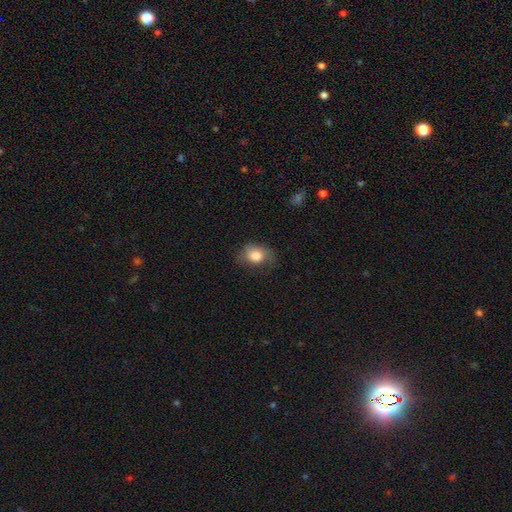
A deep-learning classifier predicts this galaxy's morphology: Smooth or featured?
  - smooth: 80% *
  - featured or disk: 12%
  - star or artifact: 8%
How rounded?
  - in between: 63% *
  - round: 36%
  - cigar-shaped: 1%
Merging?
  - none: 50% *
  - minor disturbance: 32%
  - major disturbance: 16%
  - merger: 2%